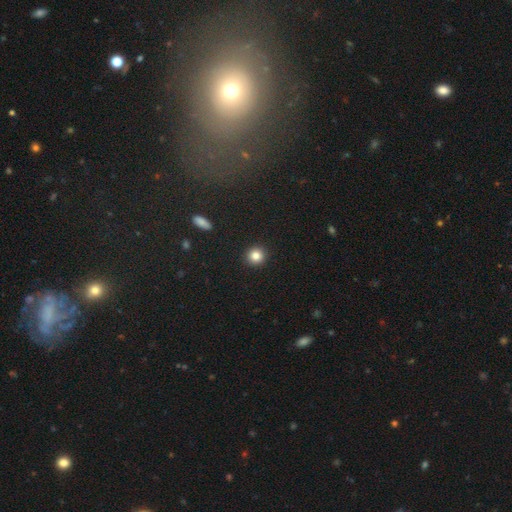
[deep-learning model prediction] The model was most divided on "smooth or featured": smooth: 85%, star or artifact: 10%, featured or disk: 5%. More confident: how rounded — round (93%); merging — none (93%).